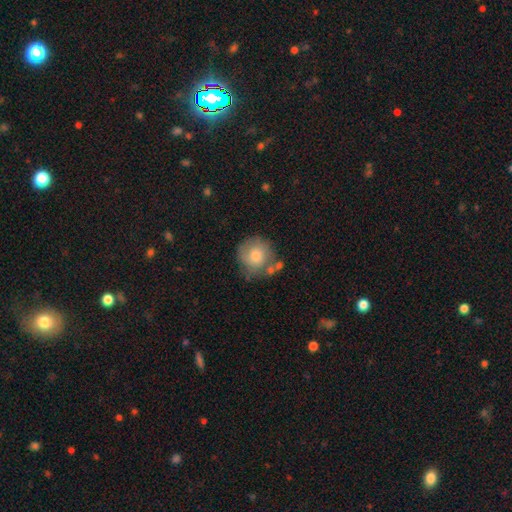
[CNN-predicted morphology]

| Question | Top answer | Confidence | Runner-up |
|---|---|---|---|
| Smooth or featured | smooth | 70% | featured or disk (22%) |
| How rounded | round | 91% | in between (8%) |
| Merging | none | 63% | minor disturbance (20%) |